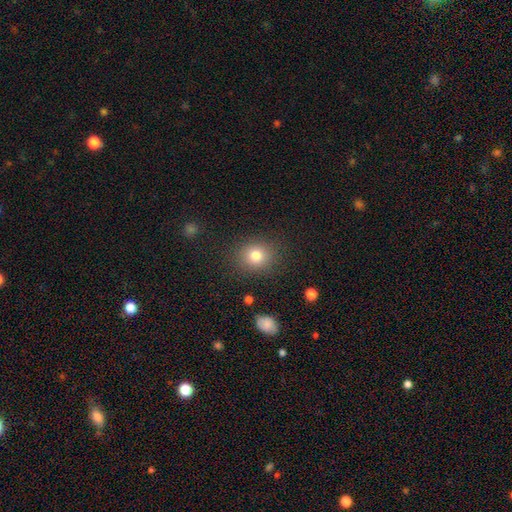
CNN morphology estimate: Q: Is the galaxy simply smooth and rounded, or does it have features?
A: smooth — 80%.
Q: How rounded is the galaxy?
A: round — 75%.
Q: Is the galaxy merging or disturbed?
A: none — 86%.